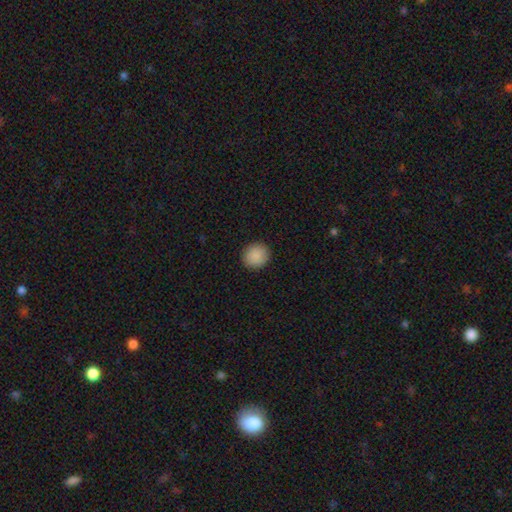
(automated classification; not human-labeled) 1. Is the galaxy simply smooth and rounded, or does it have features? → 90% smooth, 8% star or artifact, 3% featured or disk.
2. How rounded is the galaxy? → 90% round, 9% in between, 1% cigar-shaped.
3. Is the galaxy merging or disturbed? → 92% none, 5% minor disturbance, 2% major disturbance, 1% merger.